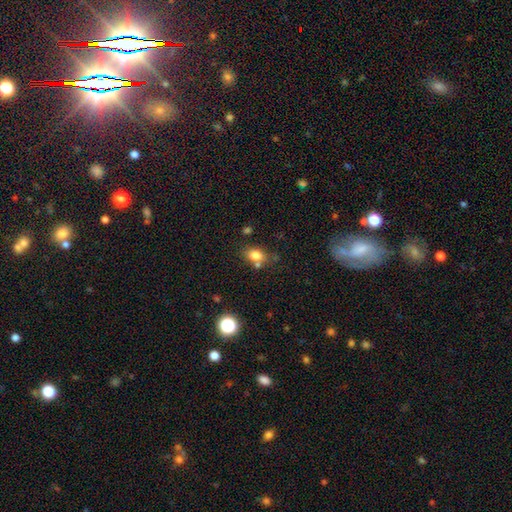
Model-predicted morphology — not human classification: Smooth or featured? smooth (80%)
How rounded? in between (72%)
Merging? none (64%)